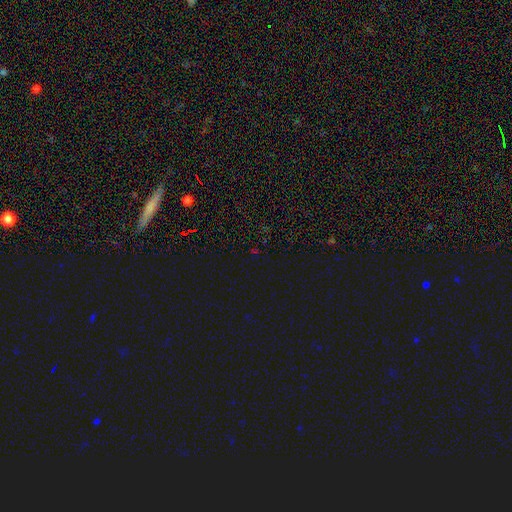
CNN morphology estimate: star or artifact 72%, smooth 21%, featured or disk 7%.